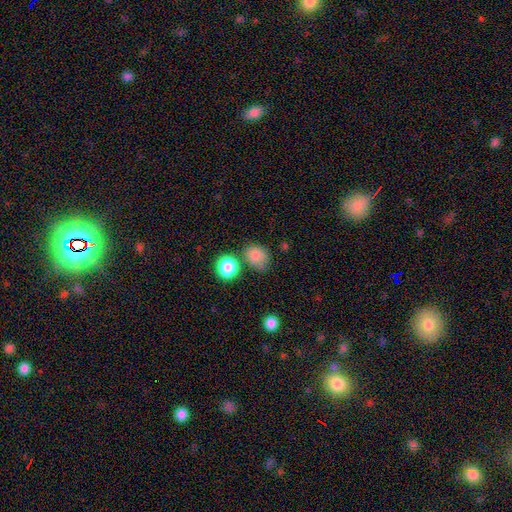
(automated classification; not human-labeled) Smooth or featured? Predicted: smooth (p=0.81). How rounded? Predicted: round (p=0.60). Merging? Predicted: none (p=0.56).